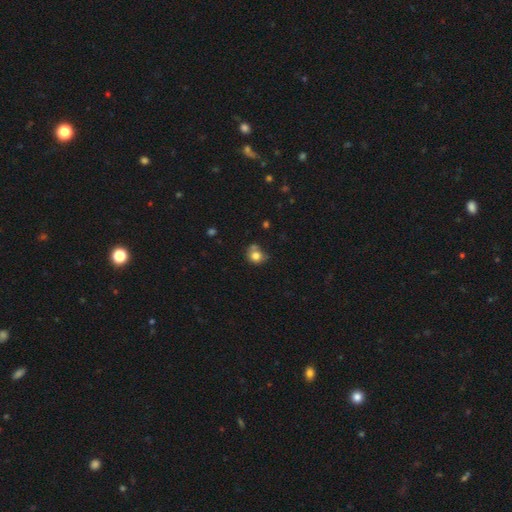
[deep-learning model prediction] This appears to be a smooth galaxy with no disk features (77%) that is round (77%). Merging: none (50%).